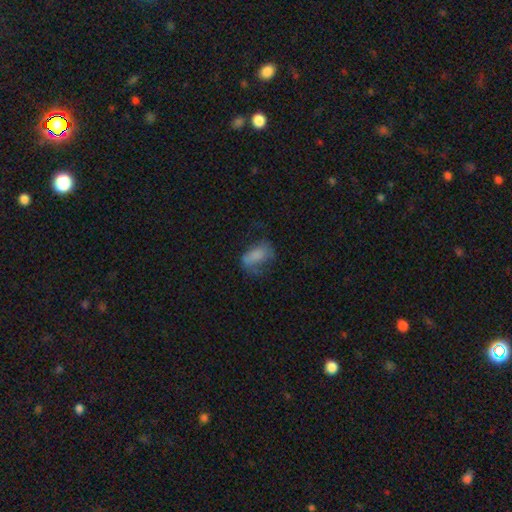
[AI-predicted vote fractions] Overall: smooth (63%; featured or disk 26%). How rounded: in between (89%). Merging: none (36%; major disturbance 34%).